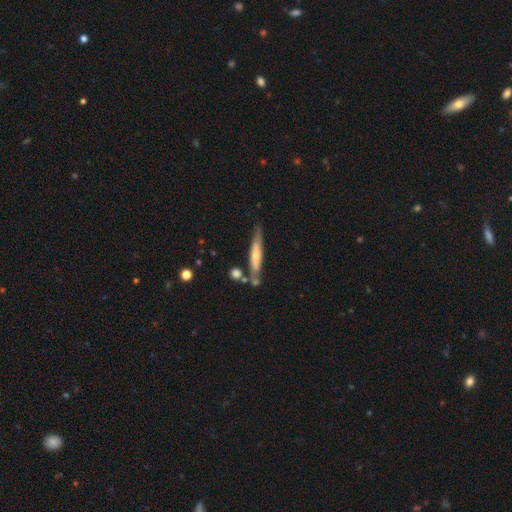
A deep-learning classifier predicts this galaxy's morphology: Overall: featured or disk (48%; smooth 46%). Merging: none (67%).